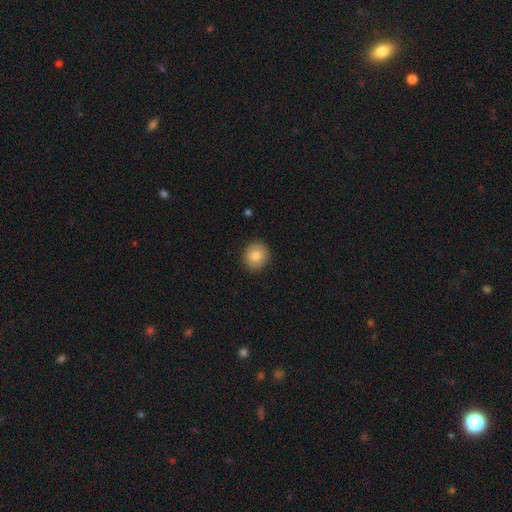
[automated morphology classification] smooth 84%, featured or disk 8%, star or artifact 8%. Down the decision tree: how rounded — round (88%); merging — none (90%).